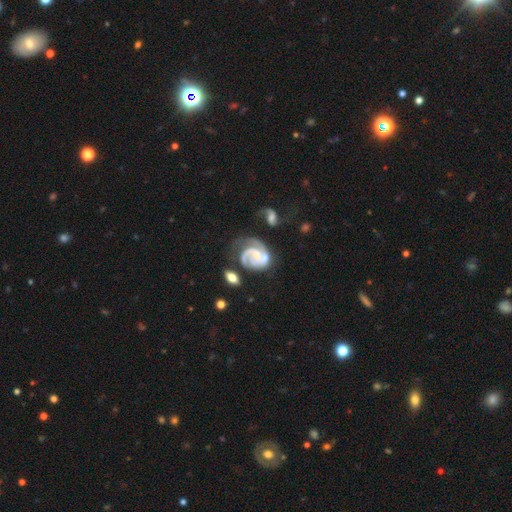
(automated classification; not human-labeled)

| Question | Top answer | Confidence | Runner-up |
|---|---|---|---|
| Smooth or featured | featured or disk | 86% | smooth (8%) |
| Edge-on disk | no | 98% | yes (2%) |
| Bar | no | 63% | weak (30%) |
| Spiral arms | yes | 95% | no (5%) |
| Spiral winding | tight | 44% | medium (42%) |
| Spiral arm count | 2 | 58% | 3 (14%) |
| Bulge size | small | 51% | moderate (26%) |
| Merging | none | 38% | major disturbance (23%) |